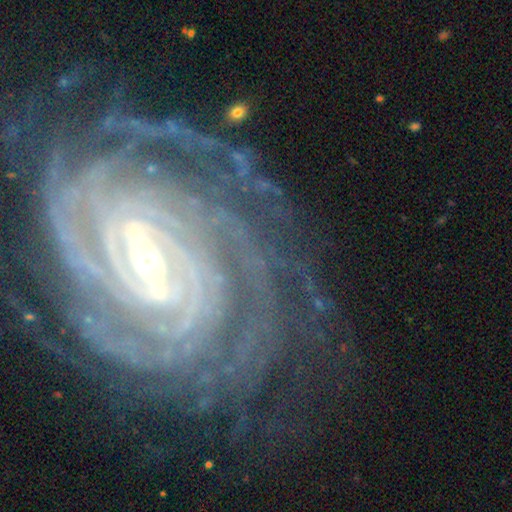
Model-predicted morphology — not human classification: Overall: featured or disk (92%). Edge-on disk: no (97%). Bar: strong (48%; weak 38%). Spiral arms: yes (99%). Spiral arm count: more than 4 (25%; 4 24%). Spiral winding: tight (84%). Bulge size: small (55%; moderate 40%). Merging: none (74%).